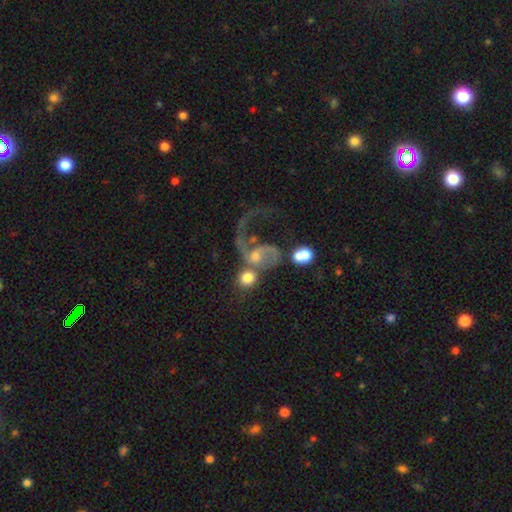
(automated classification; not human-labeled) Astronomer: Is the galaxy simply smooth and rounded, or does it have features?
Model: featured or disk — 65%.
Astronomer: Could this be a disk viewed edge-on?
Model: no — 97%.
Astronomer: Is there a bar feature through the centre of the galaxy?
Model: no — 65%.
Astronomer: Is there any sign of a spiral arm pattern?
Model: yes — 81%.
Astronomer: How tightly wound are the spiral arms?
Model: loose — 77%.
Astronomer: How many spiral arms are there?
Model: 1 — 51% (runner-up: 2, 41%).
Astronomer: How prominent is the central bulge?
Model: moderate — 41%, tied with small at 41%.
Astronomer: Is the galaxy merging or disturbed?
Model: merger — 41% (runner-up: major disturbance, 29%).